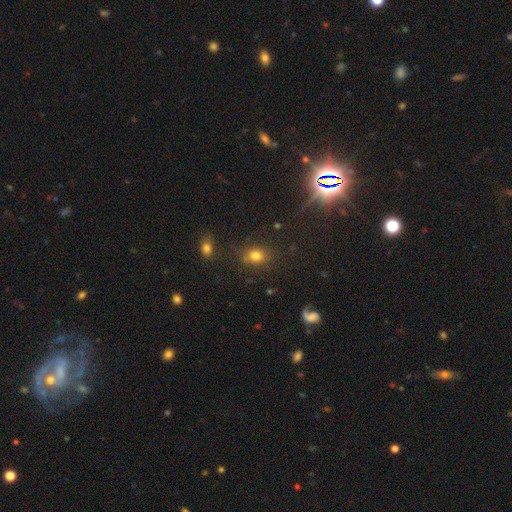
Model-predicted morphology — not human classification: Smooth or featured: smooth — 77% (star or artifact — 16%)
How rounded: round — 51% (in between — 47%)
Merging: none — 77% (minor disturbance — 14%)